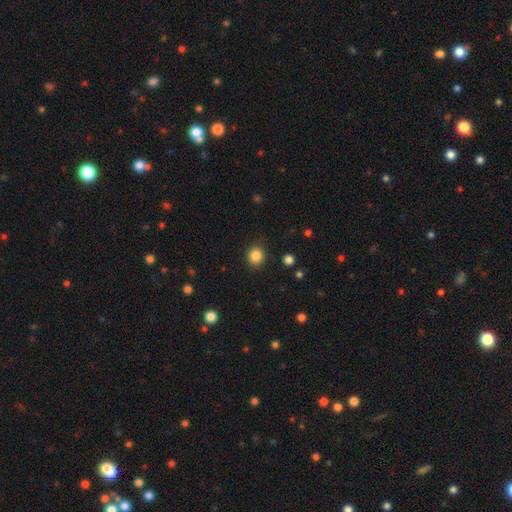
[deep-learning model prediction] This appears to be a smooth galaxy with no disk features (85%) that is round (83%). Merging: none (87%).